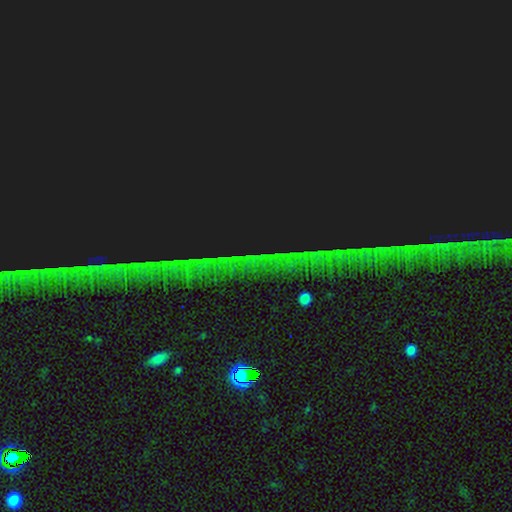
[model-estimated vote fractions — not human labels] Q: Smooth or featured?
A: star or artifact (87%); runner-up: featured or disk (7%)